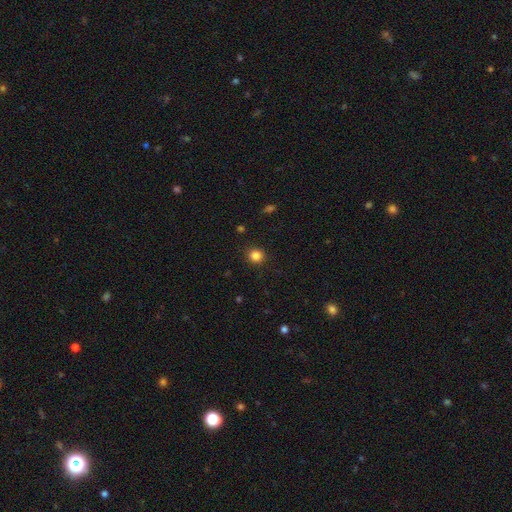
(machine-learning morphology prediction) Q: Smooth or featured?
A: smooth (84%); runner-up: star or artifact (12%)
Q: How rounded?
A: round (88%); runner-up: in between (11%)
Q: Merging?
A: none (91%); runner-up: minor disturbance (6%)